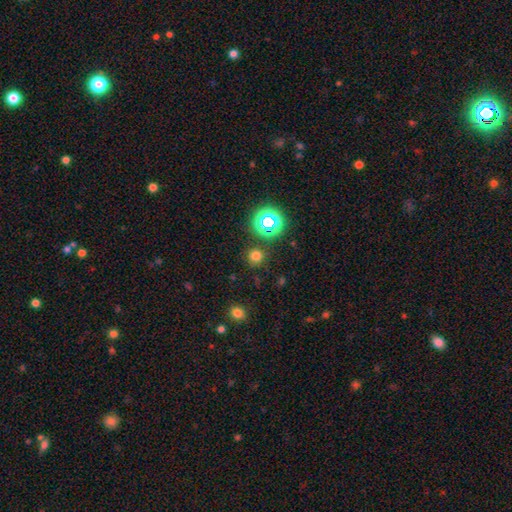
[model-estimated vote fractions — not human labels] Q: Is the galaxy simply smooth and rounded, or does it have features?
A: smooth — 69%.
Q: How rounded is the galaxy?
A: round — 92%.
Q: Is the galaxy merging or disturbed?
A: none — 85%.